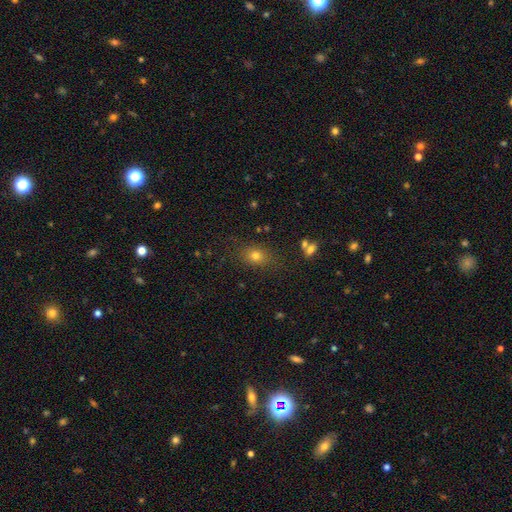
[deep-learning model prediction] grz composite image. It shows a smooth galaxy with no disk features (74%) that is in between round and cigar-shaped (57%). Merging: none (80%).